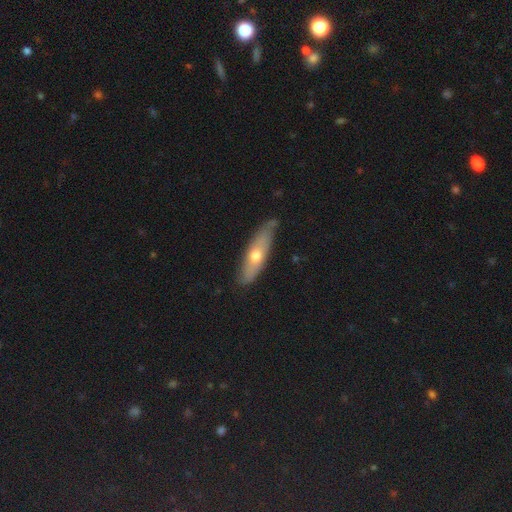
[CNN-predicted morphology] This is possibly a featured or disk galaxy (47%, tied with smooth). Merging: likely none (78%).